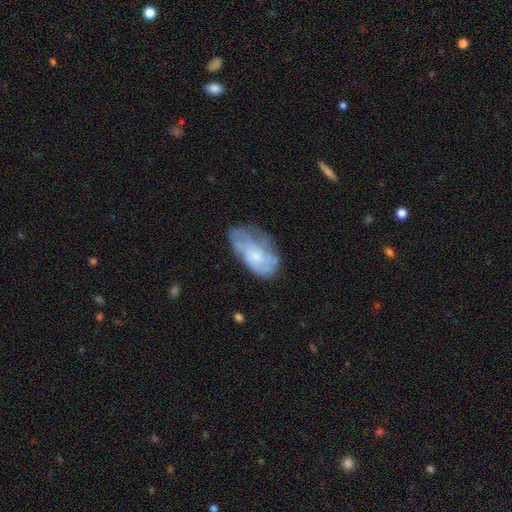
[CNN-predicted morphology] Smooth or featured? Predicted: featured or disk (p=0.63). Edge-on disk? Predicted: no (p=0.96). Bar? Predicted: no (p=0.75). Spiral arms? Predicted: yes (p=0.76). Bulge size? Predicted: small (p=0.58). Merging? Predicted: none (p=0.48).